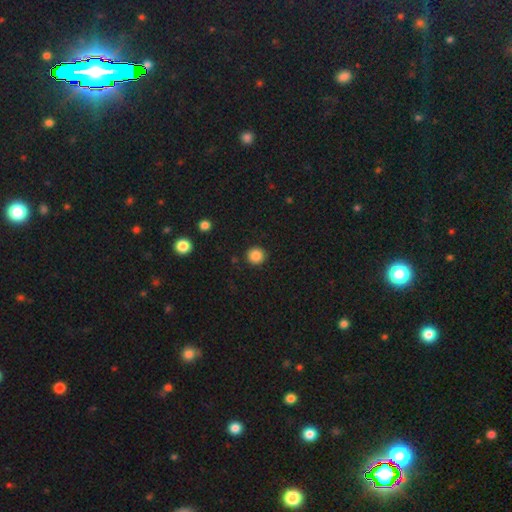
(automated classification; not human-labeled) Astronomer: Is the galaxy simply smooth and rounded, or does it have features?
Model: smooth — 87%.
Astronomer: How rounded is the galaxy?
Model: round — 94%.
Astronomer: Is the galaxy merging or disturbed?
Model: none — 92%.